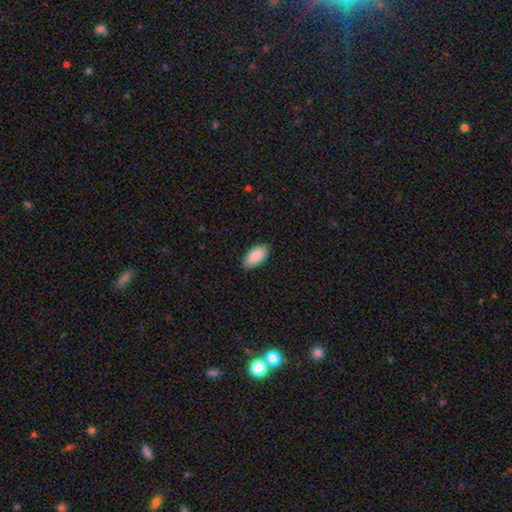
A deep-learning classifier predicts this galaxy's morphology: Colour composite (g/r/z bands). It shows a smooth galaxy with no disk features (91%) that is in between round and cigar-shaped (95%). Merging: none (87%).